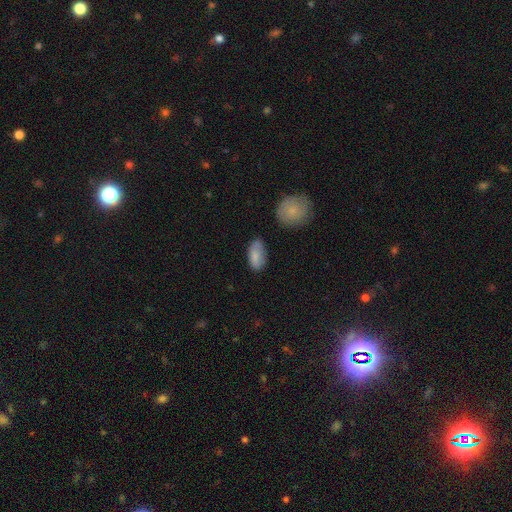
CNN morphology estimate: This appears to be a smooth galaxy with no disk features (83%) that is in between round and cigar-shaped (93%). Merging: none (67%).